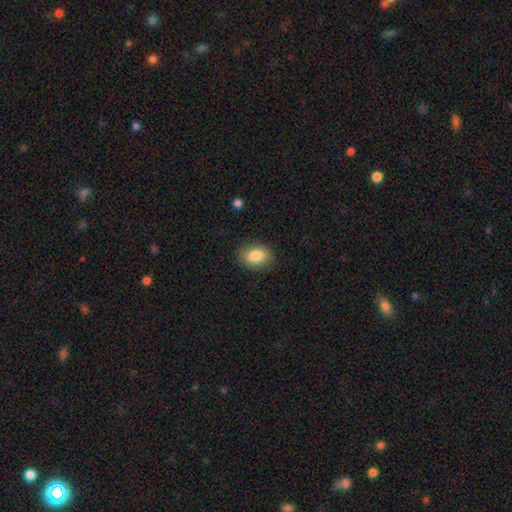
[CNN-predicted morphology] smooth-or-featured: smooth: 84% | star or artifact: 8% | featured or disk: 8%
  how-rounded: in between: 69% | round: 30% | cigar-shaped: 1%
  merging: none: 85% | minor disturbance: 11% | major disturbance: 3% | merger: 1%